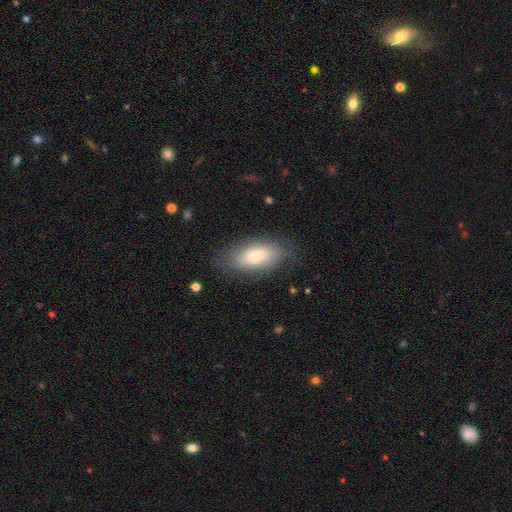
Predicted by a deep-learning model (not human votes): This is likely a smooth galaxy (66%). How rounded: clearly in between (86%). Merging: likely none (75%).